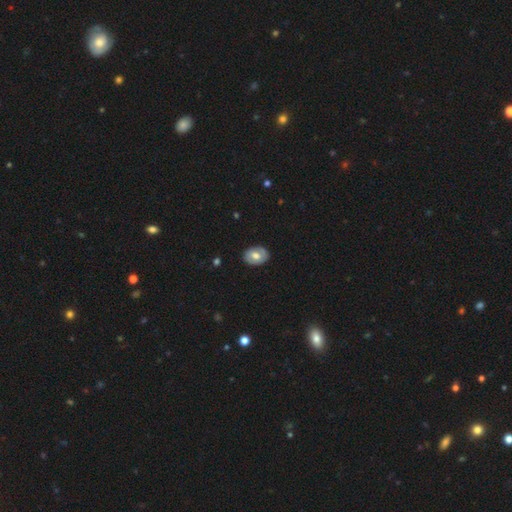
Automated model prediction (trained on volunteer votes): Smooth or featured? Predicted: smooth (p=0.59). How rounded? Predicted: in between (p=0.77). Merging? Predicted: none (p=0.84).